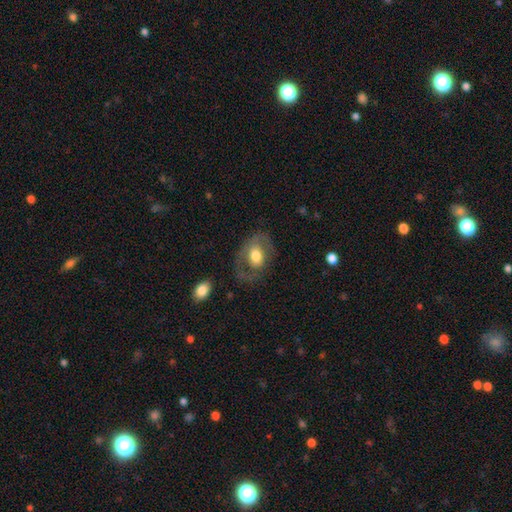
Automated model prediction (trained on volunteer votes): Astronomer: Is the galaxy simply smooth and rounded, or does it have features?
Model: smooth — 50% (runner-up: featured or disk, 44%).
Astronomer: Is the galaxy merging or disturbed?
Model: none — 56%.